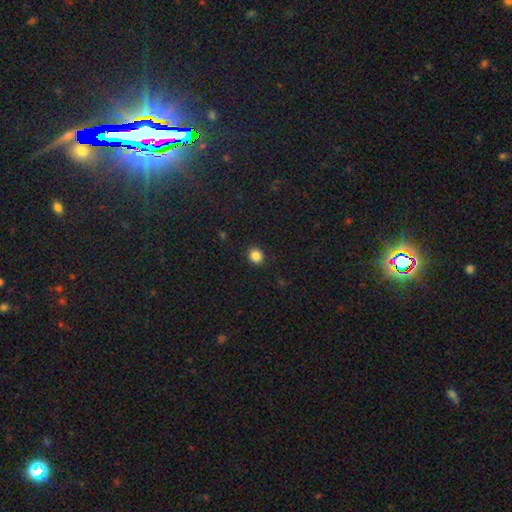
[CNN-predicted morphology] Smooth or featured? Predicted: smooth (p=0.86). How rounded? Predicted: round (p=0.81). Merging? Predicted: none (p=0.91).